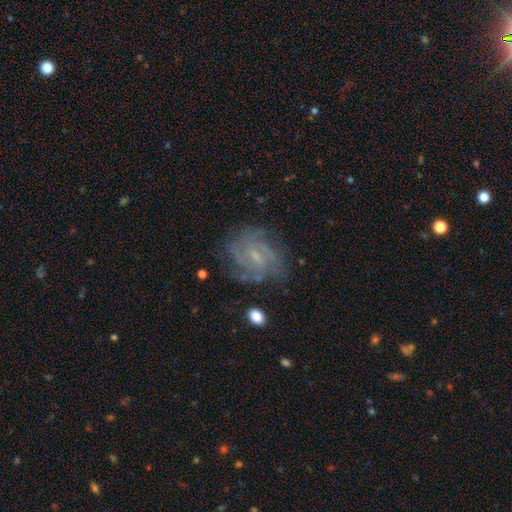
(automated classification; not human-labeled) smooth-or-featured: featured or disk: 79% | smooth: 12% | star or artifact: 9%
  disk-edge-on: no: 97% | yes: 3%
    bar: weak: 52% | no: 37% | strong: 11%
    has-spiral-arms: yes: 93% | no: 7%
      spiral-winding: tight: 50% | medium: 39% | loose: 10%
      spiral-arm-count: can't tell: 32% | 3: 22% | 2: 20% | 4: 14% | more than 4: 6% | 1: 6%
    bulge-size: small: 61% | moderate: 21% | none: 16% | large: 1% | dominant: 1%
  merging: none: 73% | minor disturbance: 17% | major disturbance: 9% | merger: 2%